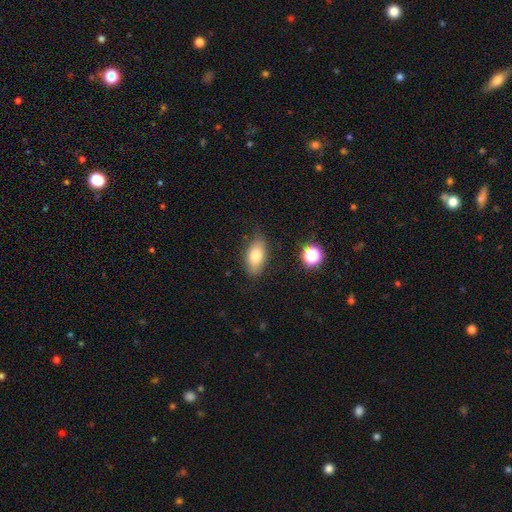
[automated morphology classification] A smooth galaxy with no disk features (77%) that is in between round and cigar-shaped (90%). Merging: none (80%).